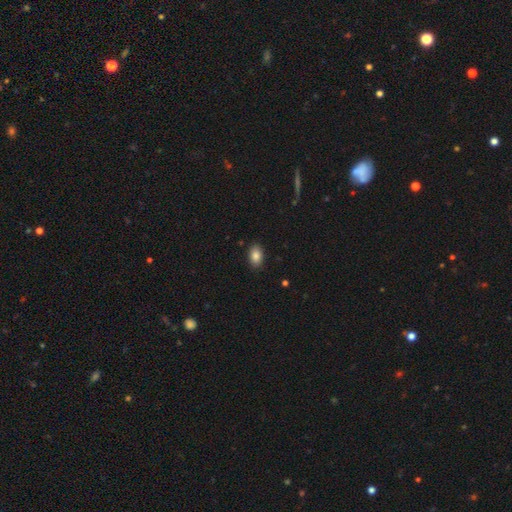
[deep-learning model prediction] Morphology: type=smooth (86%); roundness=in between (88%); merging=none (88%).